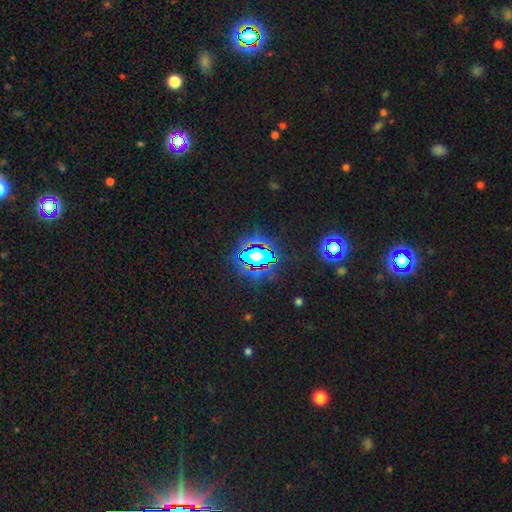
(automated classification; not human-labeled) A star or artifact, not a galaxy (56%).

Vote fractions:
- Smooth or featured? star or artifact: 56% / smooth: 30% / featured or disk: 14%